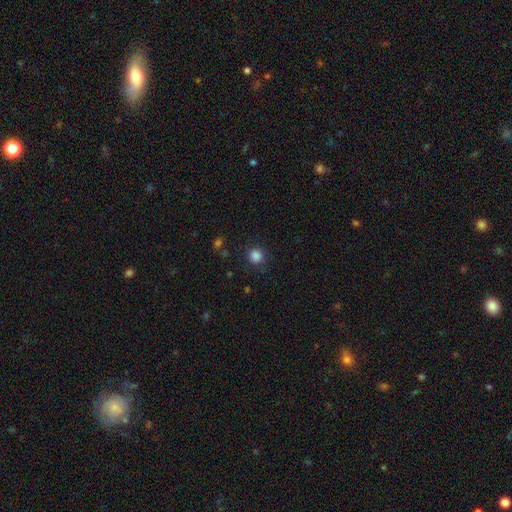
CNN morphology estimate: This appears to be a smooth galaxy with no disk features (85%) that is round (92%). Merging: none (86%).